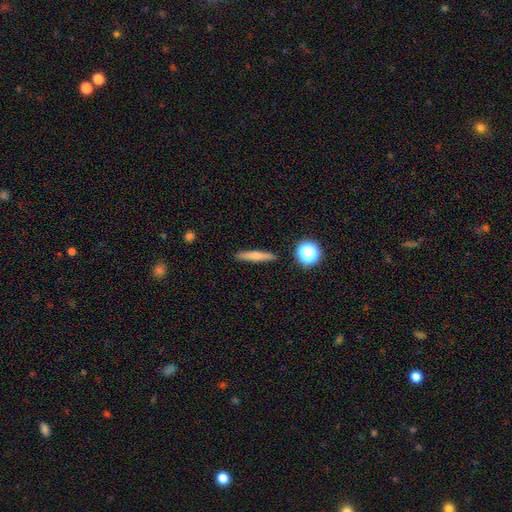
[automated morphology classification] Smooth or featured: smooth — 63% (featured or disk — 29%)
How rounded: cigar-shaped — 86% (in between — 9%)
Merging: none — 89% (minor disturbance — 7%)